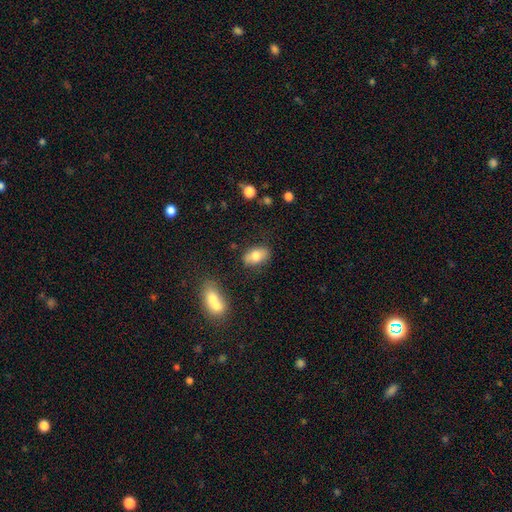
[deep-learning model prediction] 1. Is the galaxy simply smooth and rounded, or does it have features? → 75% smooth, 18% featured or disk, 8% star or artifact.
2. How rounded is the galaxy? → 88% in between, 8% round, 4% cigar-shaped.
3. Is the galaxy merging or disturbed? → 80% none, 13% minor disturbance, 4% merger, 3% major disturbance.